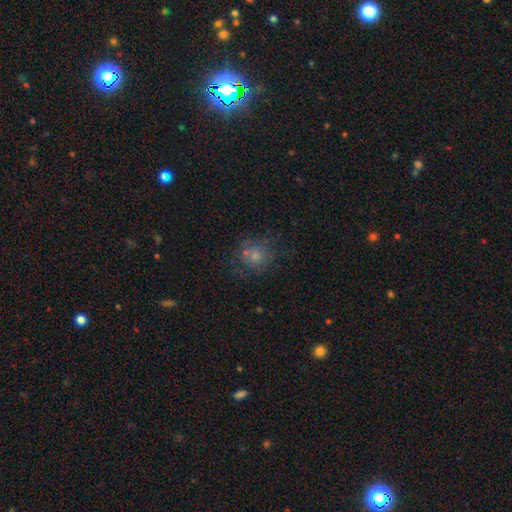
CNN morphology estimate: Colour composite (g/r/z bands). It shows a smooth galaxy with no disk features (54%) that is round (85%). Merging: none (67%).